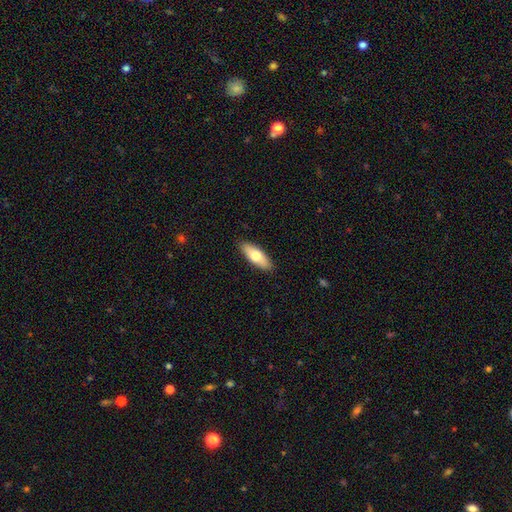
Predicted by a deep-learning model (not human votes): smooth_or_featured: smooth (p=0.67) [alt: featured or disk p=0.27]
how_rounded: in between (p=0.70) [alt: cigar-shaped p=0.28]
merging: none (p=0.89) [alt: minor disturbance p=0.08]